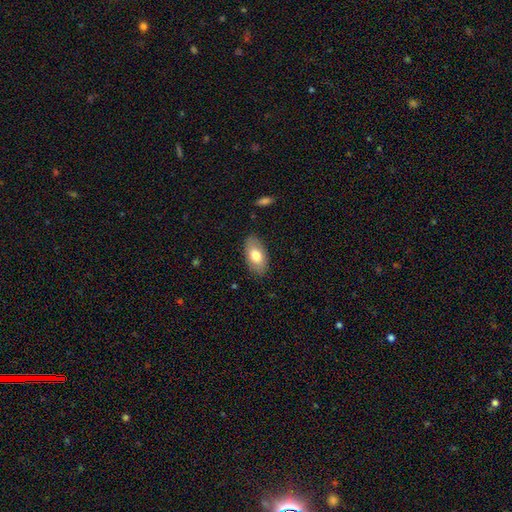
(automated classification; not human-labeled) This is likely a smooth galaxy (74%). How rounded: clearly in between (94%). Merging: clearly none (85%).